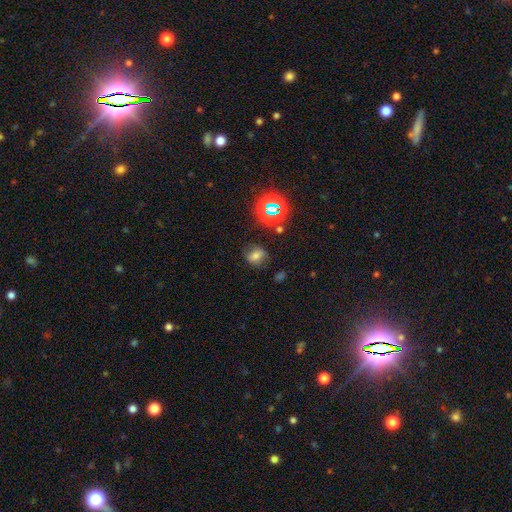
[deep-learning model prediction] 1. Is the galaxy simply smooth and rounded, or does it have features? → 61% smooth, 25% star or artifact, 14% featured or disk.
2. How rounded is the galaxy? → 60% round, 39% in between, 1% cigar-shaped.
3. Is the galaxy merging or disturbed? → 76% none, 16% minor disturbance, 6% major disturbance, 3% merger.